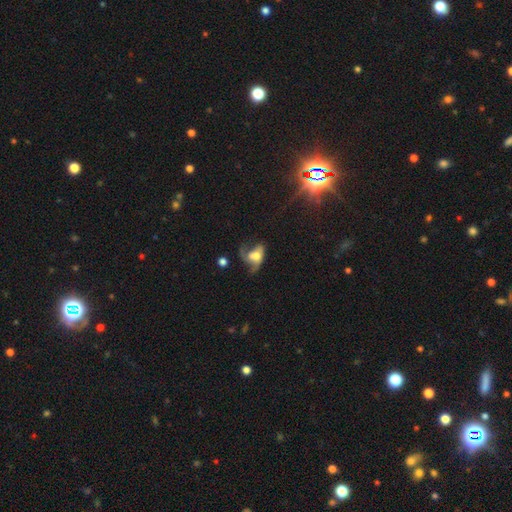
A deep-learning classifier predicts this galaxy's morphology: Smooth or featured? featured or disk (55%)
Edge-on disk? no (95%)
Bar? no (72%)
Spiral arms? yes (63%)
Bulge size? moderate (46%)
Merging? major disturbance (45%)